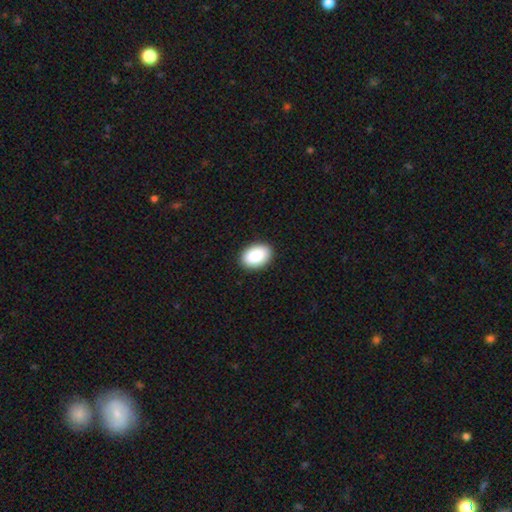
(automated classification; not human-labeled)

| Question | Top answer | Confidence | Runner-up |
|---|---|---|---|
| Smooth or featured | smooth | 89% | star or artifact (7%) |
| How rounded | in between | 87% | round (11%) |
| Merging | none | 90% | minor disturbance (7%) |